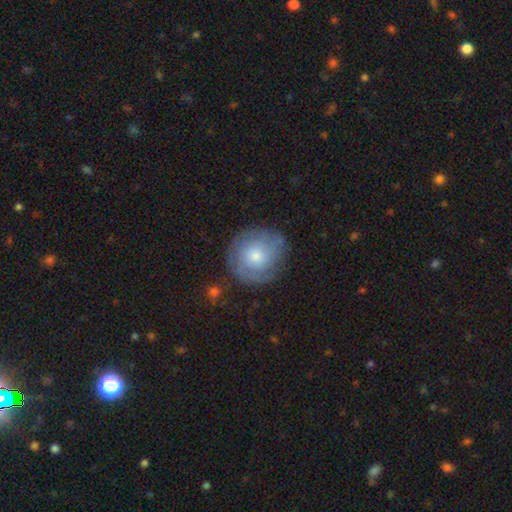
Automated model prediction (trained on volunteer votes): This is possibly a featured or disk galaxy (49%). Merging: likely none (75%).